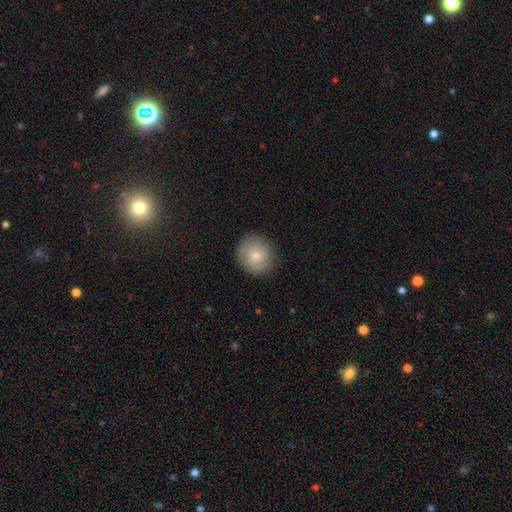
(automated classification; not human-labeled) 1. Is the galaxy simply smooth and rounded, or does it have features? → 73% smooth, 20% featured or disk, 7% star or artifact.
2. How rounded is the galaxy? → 87% round, 12% in between, 1% cigar-shaped.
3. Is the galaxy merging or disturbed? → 84% none, 11% minor disturbance, 3% major disturbance, 1% merger.